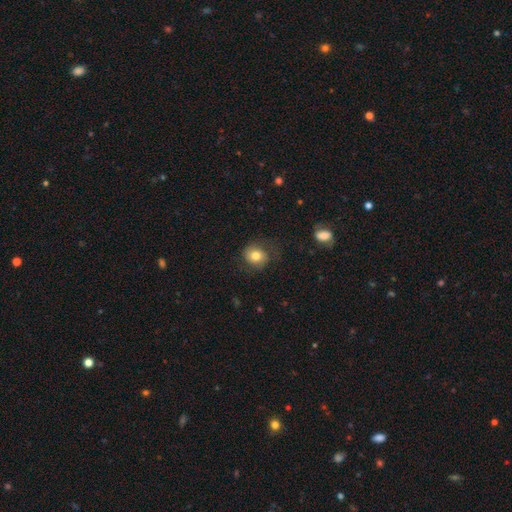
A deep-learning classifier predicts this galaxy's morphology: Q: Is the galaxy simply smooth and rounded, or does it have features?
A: smooth — 75%.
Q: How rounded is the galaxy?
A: round — 72%.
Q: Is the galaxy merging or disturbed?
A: none — 66%.